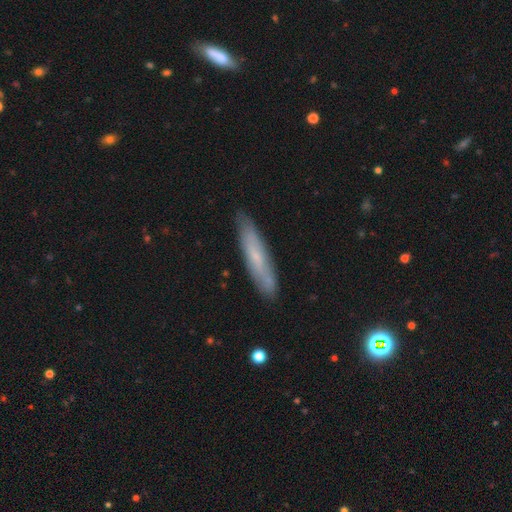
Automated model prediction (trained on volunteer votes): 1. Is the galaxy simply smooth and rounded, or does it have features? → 52% smooth, 41% featured or disk, 7% star or artifact.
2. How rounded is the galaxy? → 85% cigar-shaped, 13% in between, 1% round.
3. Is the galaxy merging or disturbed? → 85% none, 11% minor disturbance, 2% major disturbance, 1% merger.